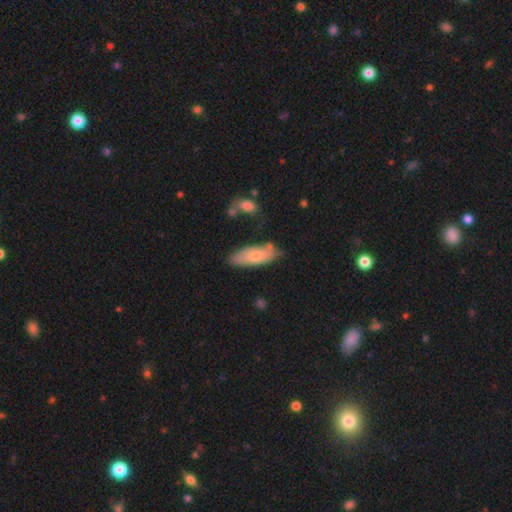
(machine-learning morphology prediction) Overall: smooth (72%). How rounded: in between (67%; cigar-shaped 31%). Merging: none (67%).